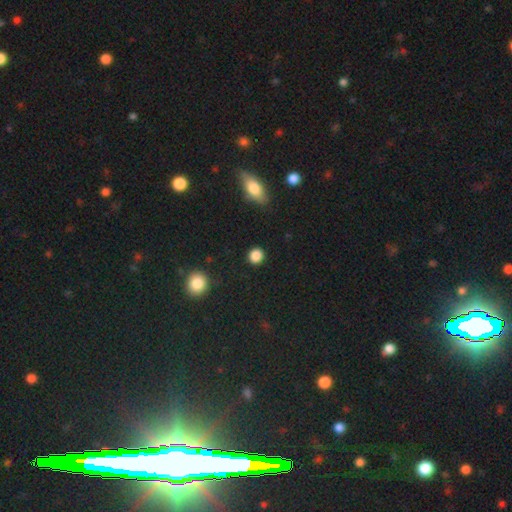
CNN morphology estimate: This is clearly a smooth galaxy (87%). How rounded: clearly round (86%). Merging: clearly none (89%).